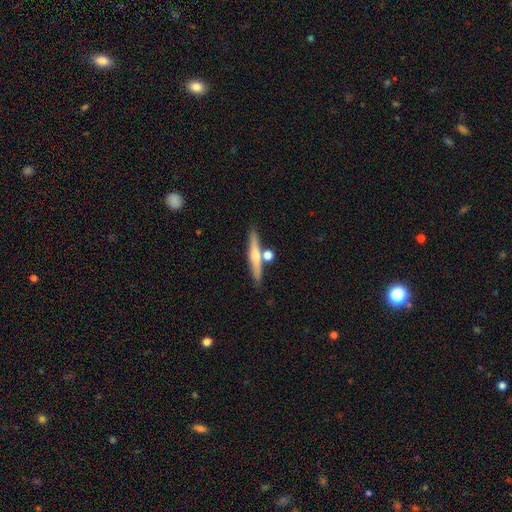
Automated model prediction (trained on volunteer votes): smooth-or-featured: featured or disk: 47% (tied) | smooth: 47% (tied) | star or artifact: 7%
  merging: none: 73% | merger: 15% | minor disturbance: 9% | major disturbance: 3%